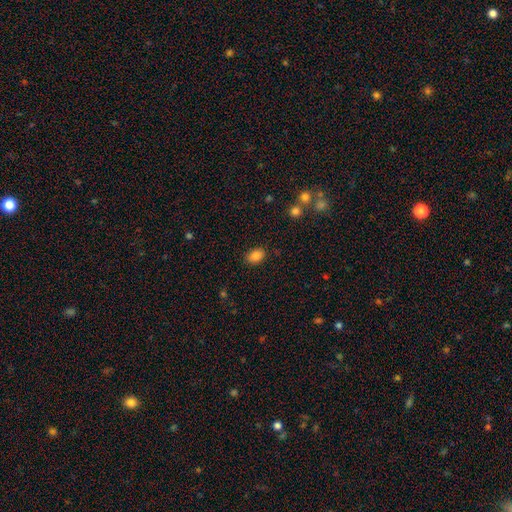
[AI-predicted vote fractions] Smooth or featured: smooth — 86% (star or artifact — 9%)
How rounded: in between — 79% (round — 20%)
Merging: none — 86% (minor disturbance — 10%)